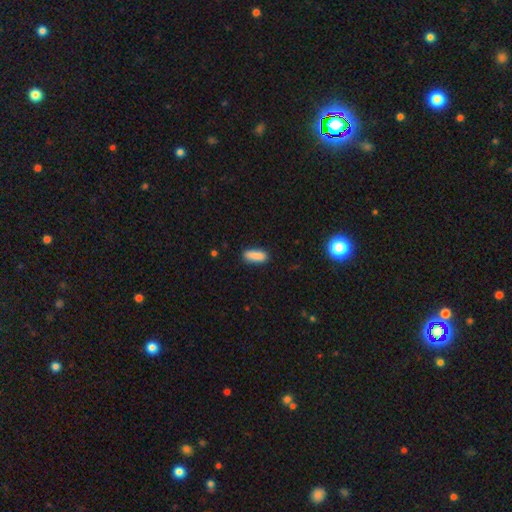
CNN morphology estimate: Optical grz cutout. It shows a smooth galaxy with no disk features (88%) that is in between round and cigar-shaped (64%). Merging: none (83%).